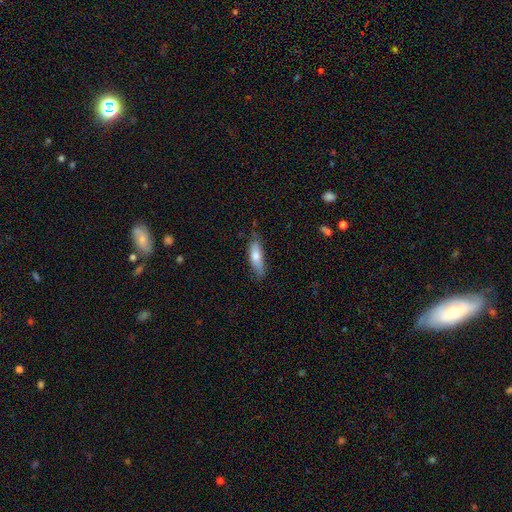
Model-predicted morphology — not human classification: type=smooth (72%); roundness=cigar-shaped (51%); merging=none (72%).